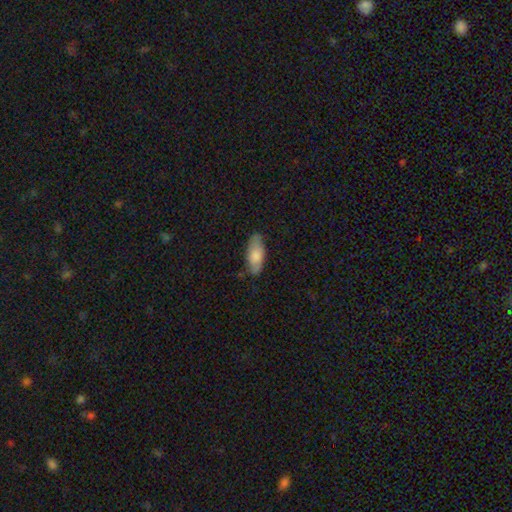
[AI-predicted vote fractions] A smooth galaxy with no disk features (79%) that is in between round and cigar-shaped (77%). Merging: none (77%).